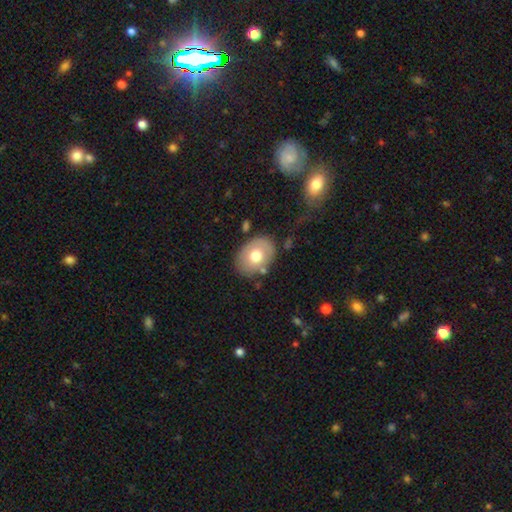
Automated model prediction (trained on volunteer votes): This appears to be a smooth galaxy with no disk features (66%) that is in between round and cigar-shaped (71%). Merging: none (77%).